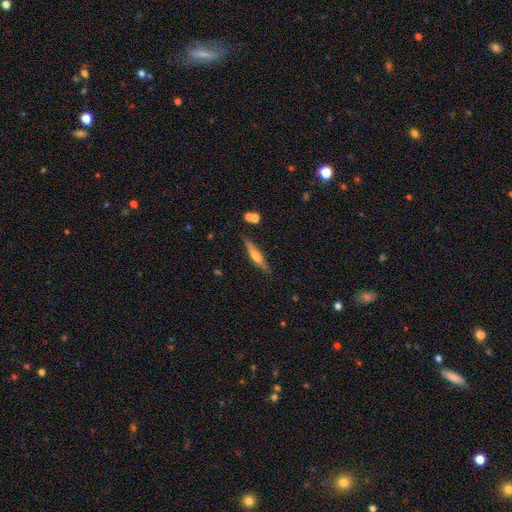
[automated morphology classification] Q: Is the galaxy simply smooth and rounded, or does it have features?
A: featured or disk — 55%.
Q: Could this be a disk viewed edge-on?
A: yes — 95%.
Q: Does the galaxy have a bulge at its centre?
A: rounded — 75%.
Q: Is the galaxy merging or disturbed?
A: none — 85%.